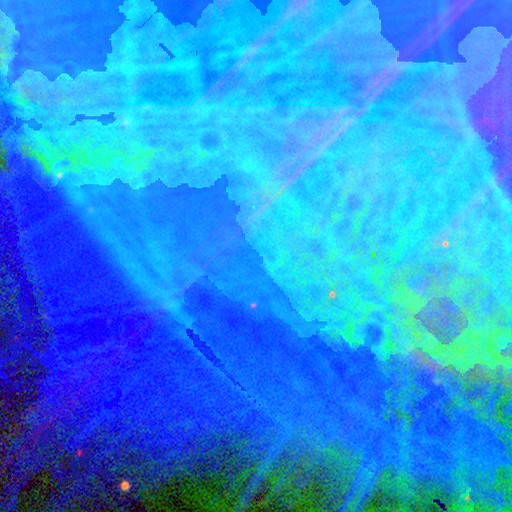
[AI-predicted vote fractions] Smooth or featured: star or artifact — 84% (featured or disk — 9%)